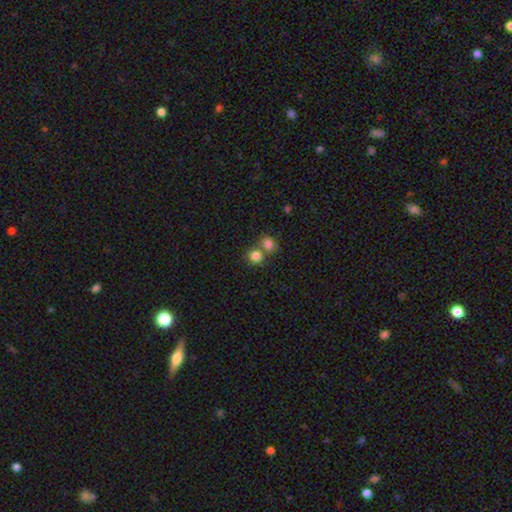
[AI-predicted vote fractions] A smooth galaxy with no disk features (81%) that is round (84%). Merging: none (48%).